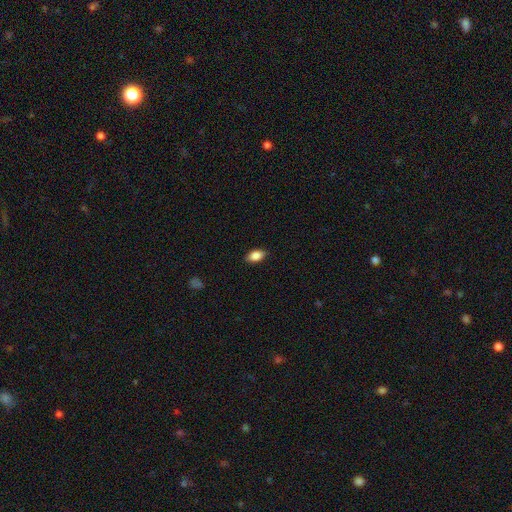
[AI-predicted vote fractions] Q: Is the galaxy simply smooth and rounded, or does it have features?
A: smooth — 87%.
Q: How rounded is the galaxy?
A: in between — 90%.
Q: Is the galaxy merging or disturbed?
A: none — 86%.